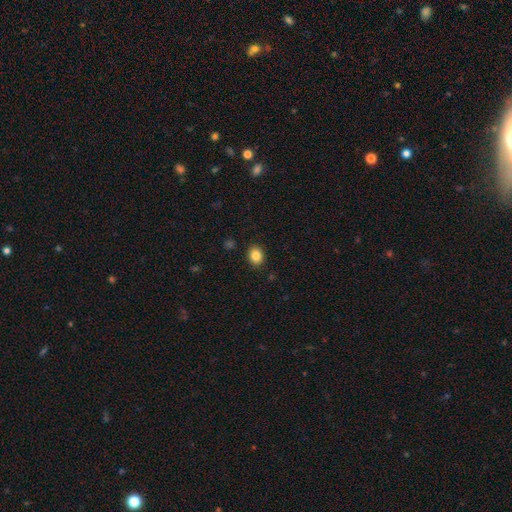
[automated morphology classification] smooth 85%, star or artifact 9%, featured or disk 6%. Down the decision tree: how rounded — in between (58%); merging — none (89%).